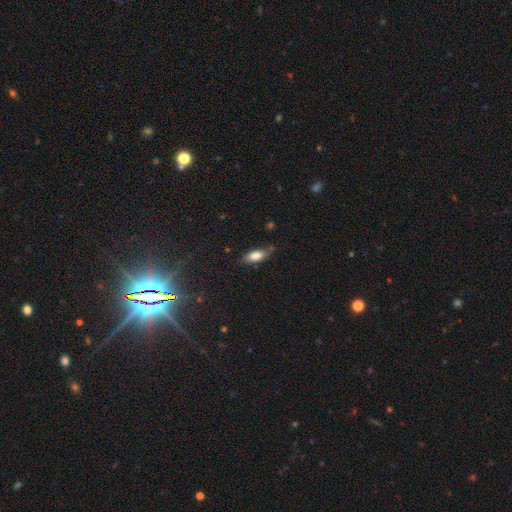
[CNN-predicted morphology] Q: Smooth or featured?
A: smooth (78%); runner-up: featured or disk (14%)
Q: How rounded?
A: in between (78%); runner-up: cigar-shaped (19%)
Q: Merging?
A: none (71%); runner-up: minor disturbance (22%)